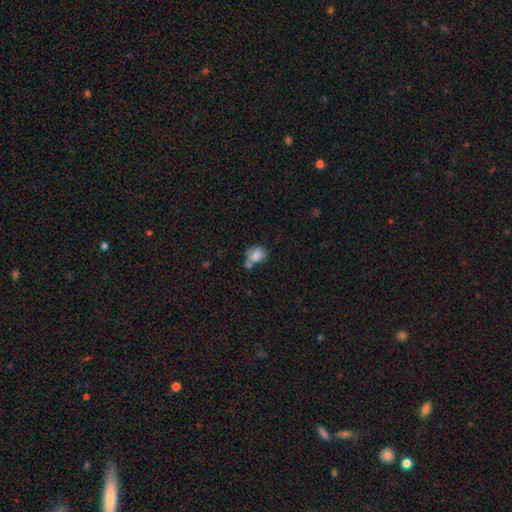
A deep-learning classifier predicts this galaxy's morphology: smooth-or-featured: smooth: 77% | featured or disk: 13% | star or artifact: 10%
  how-rounded: in between: 63% | round: 36% | cigar-shaped: 1%
  merging: none: 36% | merger: 34% | minor disturbance: 21% | major disturbance: 9%